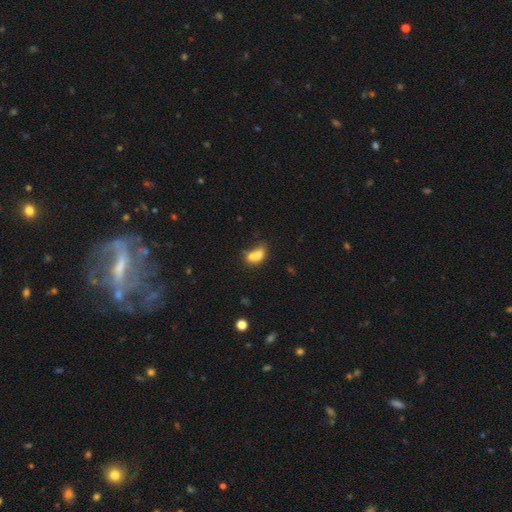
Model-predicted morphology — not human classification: type=smooth (69%); roundness=in between (63%); merging=merger (67%).